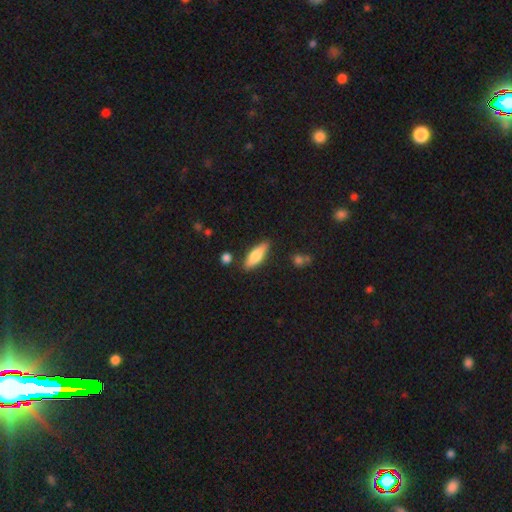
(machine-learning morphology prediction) type=smooth (66%); roundness=in between (52%); merging=none (84%).